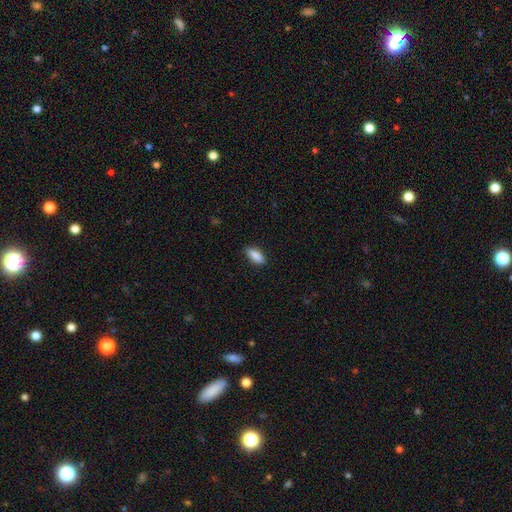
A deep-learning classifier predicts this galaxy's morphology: A smooth galaxy with no disk features (89%) that is in between round and cigar-shaped (84%).

Vote fractions:
- Smooth or featured? smooth: 89% / star or artifact: 7% / featured or disk: 4%
- How rounded? in between: 84% / cigar-shaped: 14% / round: 2%
- Merging? none: 87% / minor disturbance: 10% / major disturbance: 2% / merger: 1%